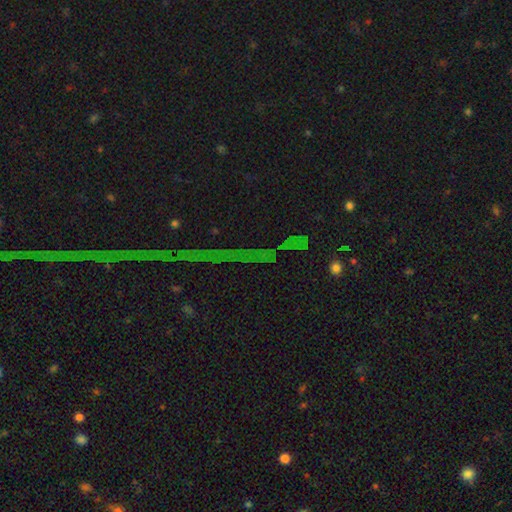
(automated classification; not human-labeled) Smooth or featured? star or artifact (84%)